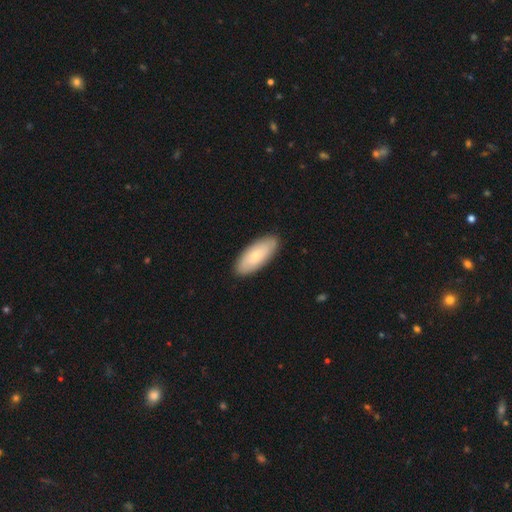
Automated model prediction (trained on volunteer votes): Smooth or featured: smooth — 72% (featured or disk — 23%)
How rounded: in between — 82% (cigar-shaped — 16%)
Merging: none — 89% (minor disturbance — 9%)